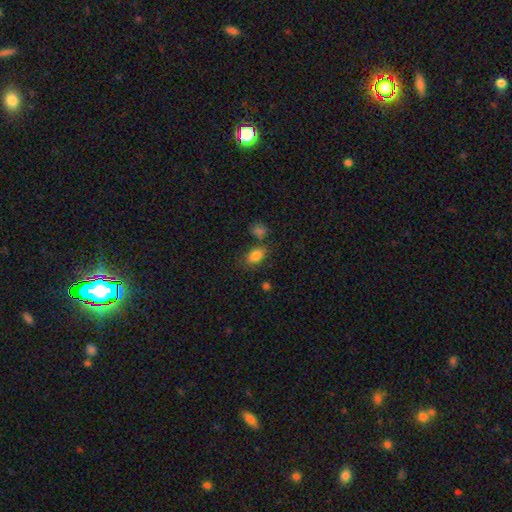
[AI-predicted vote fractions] Smooth or featured: smooth — 83% (star or artifact — 10%)
How rounded: in between — 83% (round — 15%)
Merging: none — 63% (minor disturbance — 17%)